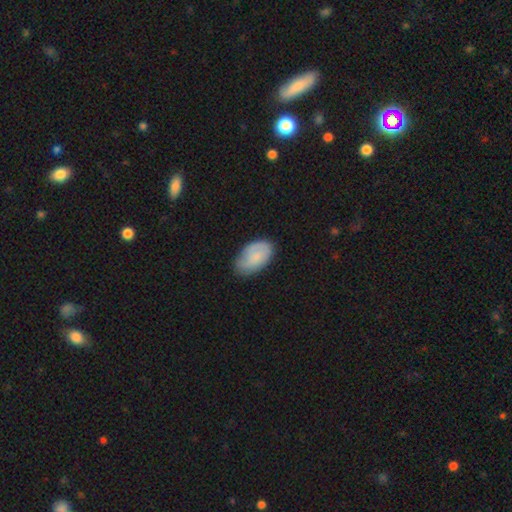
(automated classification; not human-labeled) A smooth galaxy with no disk features (64%) that is in between round and cigar-shaped (93%). Merging: none (74%).